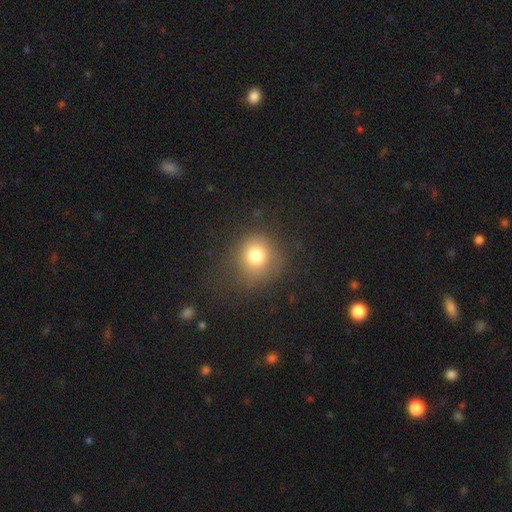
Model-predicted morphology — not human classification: smooth 77%, star or artifact 13%, featured or disk 9%. Down the decision tree: how rounded — round (87%); merging — none (75%).